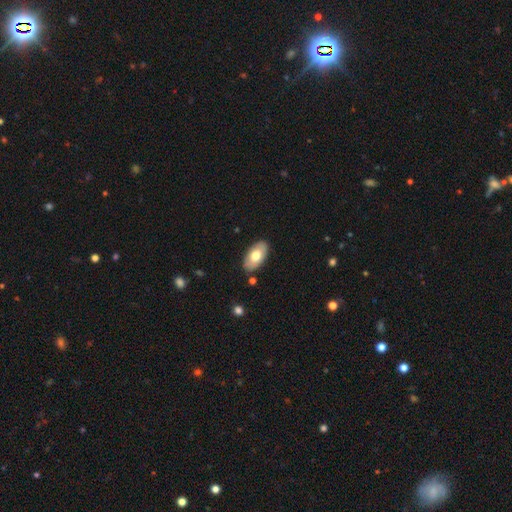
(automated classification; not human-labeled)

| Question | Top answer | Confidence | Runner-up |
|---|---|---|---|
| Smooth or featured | smooth | 66% | featured or disk (28%) |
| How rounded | in between | 95% | round (3%) |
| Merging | none | 85% | minor disturbance (10%) |